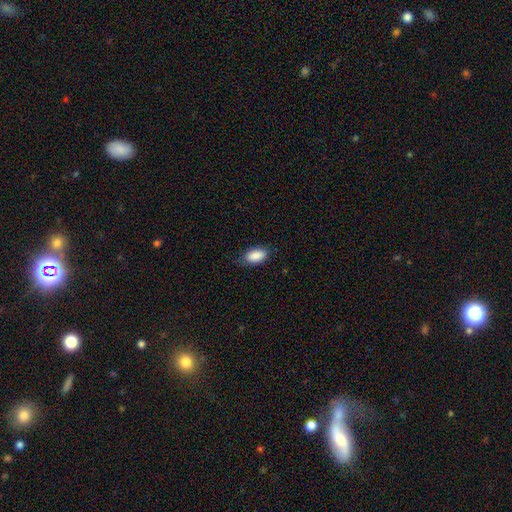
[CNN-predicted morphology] Smooth or featured? Predicted: smooth (p=0.89). How rounded? Predicted: in between (p=0.92). Merging? Predicted: none (p=0.80).